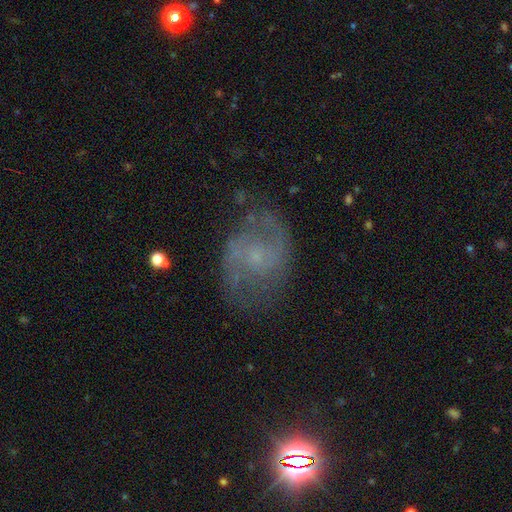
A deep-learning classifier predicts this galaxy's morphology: Smooth or featured? Predicted: featured or disk (p=0.77). Edge-on disk? Predicted: no (p=0.97). Bar? Predicted: no (p=0.59). Spiral arms? Predicted: yes (p=0.90). Spiral winding? Predicted: medium (p=0.49). Spiral arm count? Predicted: 2 (p=0.83). Bulge size? Predicted: small (p=0.62). Merging? Predicted: none (p=0.70).